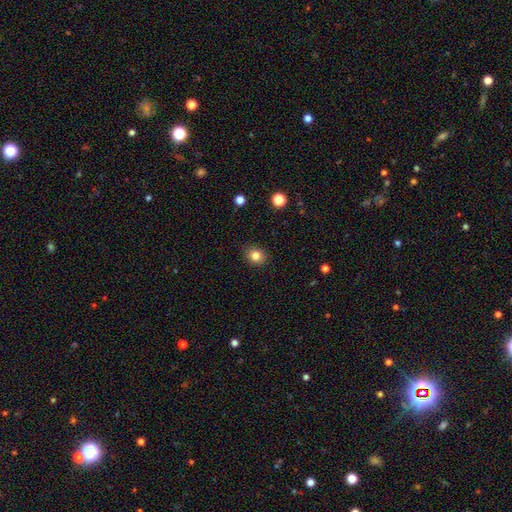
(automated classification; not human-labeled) Smooth or featured?
  - smooth: 82% *
  - star or artifact: 11%
  - featured or disk: 7%
How rounded?
  - round: 62% *
  - in between: 37%
  - cigar-shaped: 1%
Merging?
  - none: 88% *
  - minor disturbance: 9%
  - major disturbance: 2%
  - merger: 1%